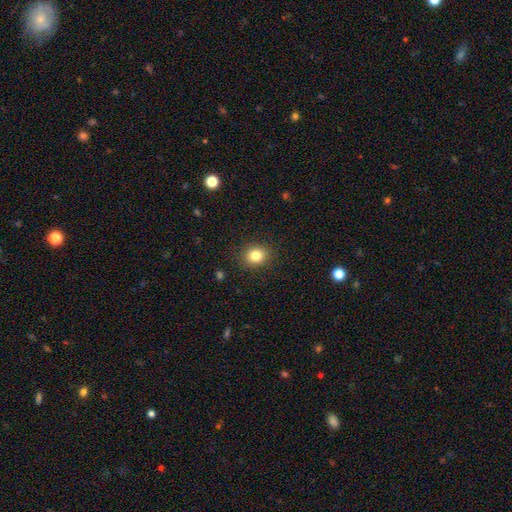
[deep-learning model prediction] A smooth galaxy with no disk features (82%) that is round (67%). Merging: none (89%).